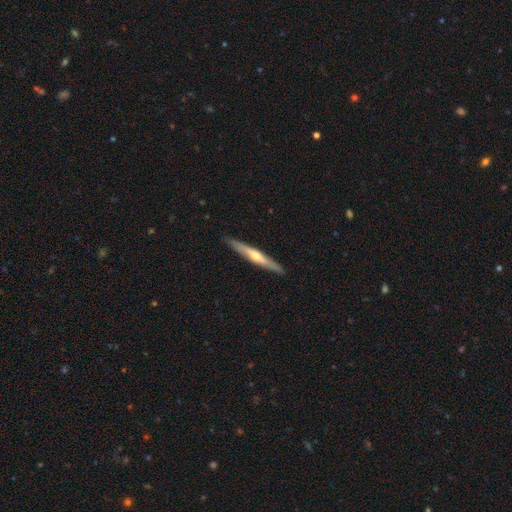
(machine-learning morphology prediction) Overall: featured or disk (63%; smooth 32%). Edge-on disk: yes (95%). Edge-on bulge: rounded (78%). Merging: none (90%).